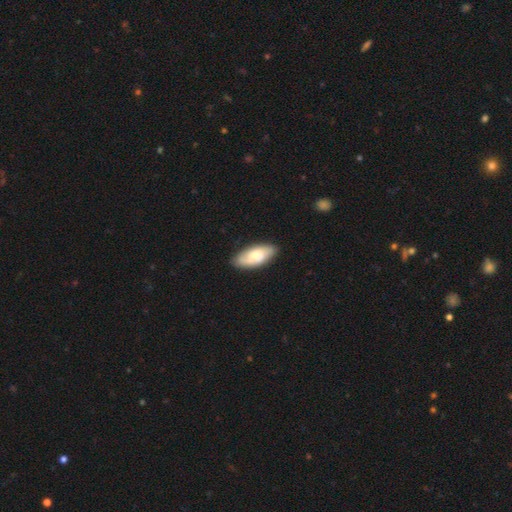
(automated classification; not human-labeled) The model was most divided on "smooth or featured": smooth: 58%, featured or disk: 36%, star or artifact: 6%. More confident: how rounded — in between (87%); merging — none (84%).